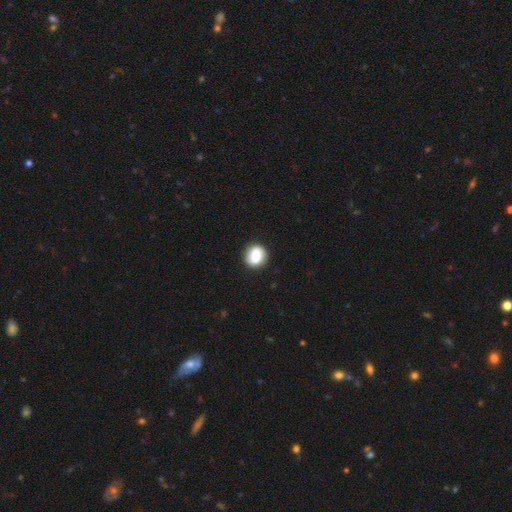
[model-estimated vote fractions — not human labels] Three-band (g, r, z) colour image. It shows a smooth galaxy with no disk features (70%) that is round (81%). Merging: none (86%).